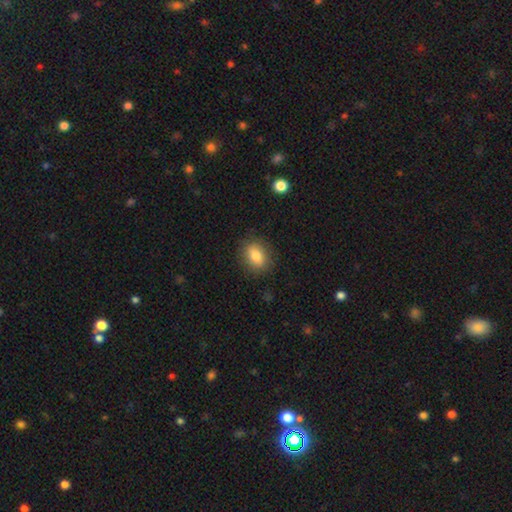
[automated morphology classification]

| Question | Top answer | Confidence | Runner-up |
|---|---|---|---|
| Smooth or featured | smooth | 82% | featured or disk (9%) |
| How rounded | in between | 66% | round (32%) |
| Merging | none | 86% | minor disturbance (10%) |